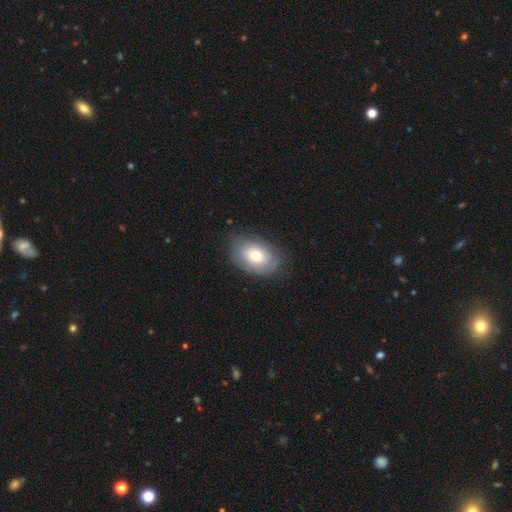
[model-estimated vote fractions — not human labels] This is likely a smooth galaxy (66%). How rounded: clearly in between (86%). Merging: likely none (75%).